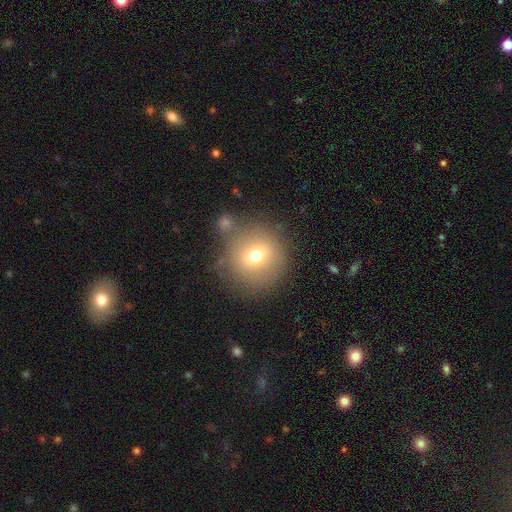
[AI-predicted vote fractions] A smooth galaxy with no disk features (67%) that is round (92%).

Vote fractions:
- Smooth or featured? smooth: 67% / featured or disk: 20% / star or artifact: 12%
- How rounded? round: 92% / in between: 7% / cigar-shaped: 1%
- Merging? none: 76% / minor disturbance: 11% / merger: 8% / major disturbance: 5%